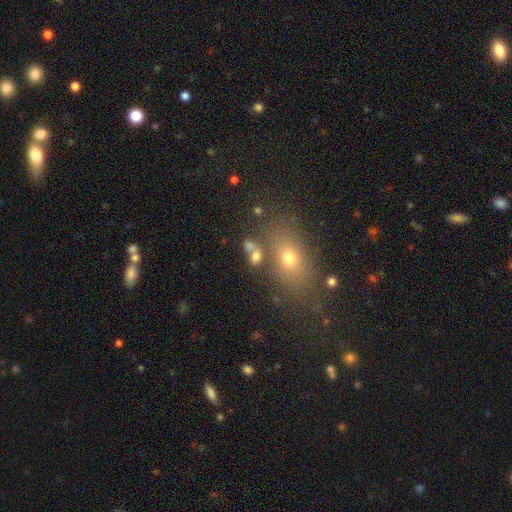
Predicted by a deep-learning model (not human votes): smooth 69%, star or artifact 16%, featured or disk 15%. Down the decision tree: how rounded — in between (73%); merging — none (52%).